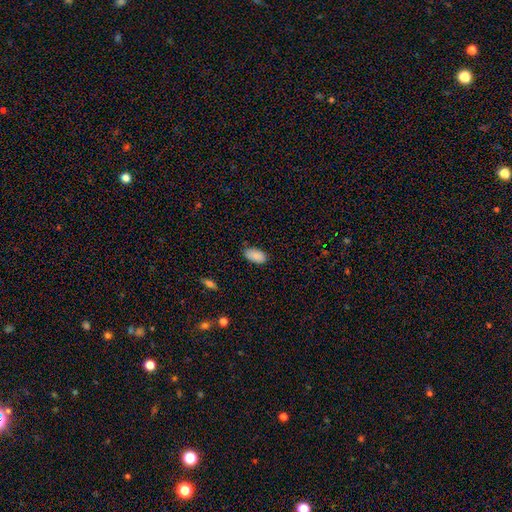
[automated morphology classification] smooth_or_featured: smooth (p=0.88) [alt: star or artifact p=0.07]
how_rounded: in between (p=0.95) [alt: round p=0.03]
merging: none (p=0.82) [alt: minor disturbance p=0.14]